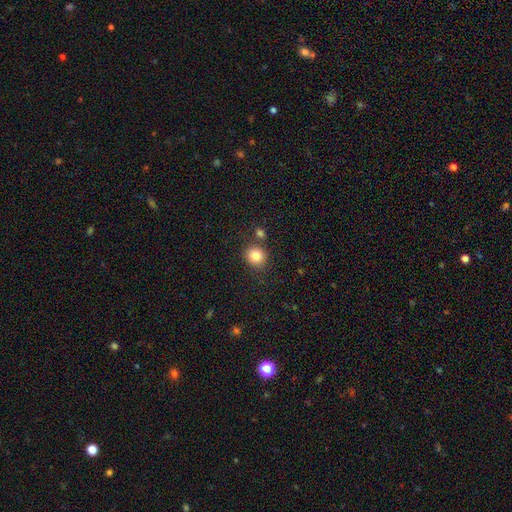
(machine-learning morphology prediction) Smooth or featured?
  - smooth: 83% *
  - star or artifact: 11%
  - featured or disk: 6%
How rounded?
  - round: 86% *
  - in between: 13%
  - cigar-shaped: 1%
Merging?
  - none: 77% *
  - merger: 11%
  - minor disturbance: 9%
  - major disturbance: 3%